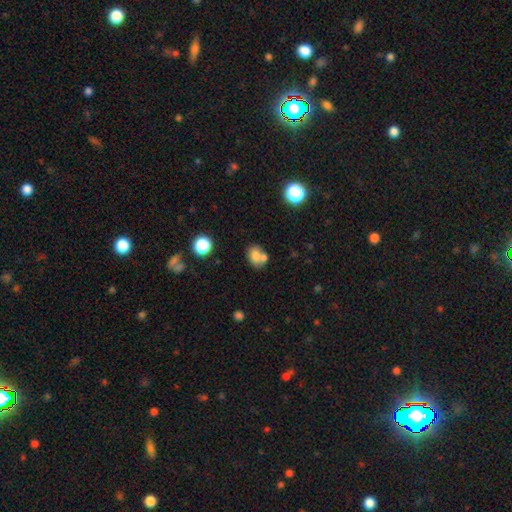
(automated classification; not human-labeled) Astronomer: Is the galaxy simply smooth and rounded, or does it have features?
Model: smooth — 74%.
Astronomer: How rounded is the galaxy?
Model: in between — 55% (runner-up: round, 44%).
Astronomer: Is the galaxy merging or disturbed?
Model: none — 44% (runner-up: merger, 40%).